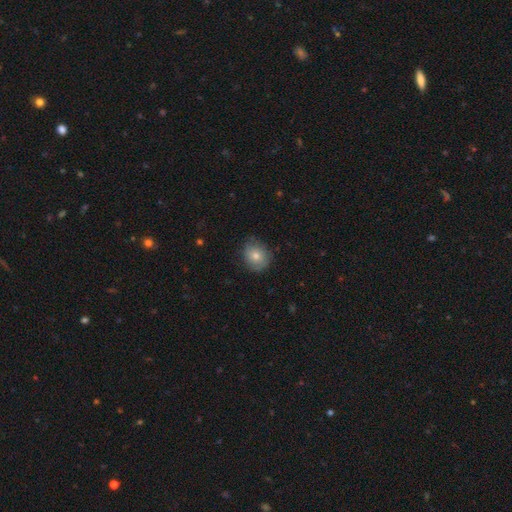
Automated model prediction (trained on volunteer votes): smooth 69%, featured or disk 21%, star or artifact 9%. Down the decision tree: how rounded — round (74%); merging — none (75%).